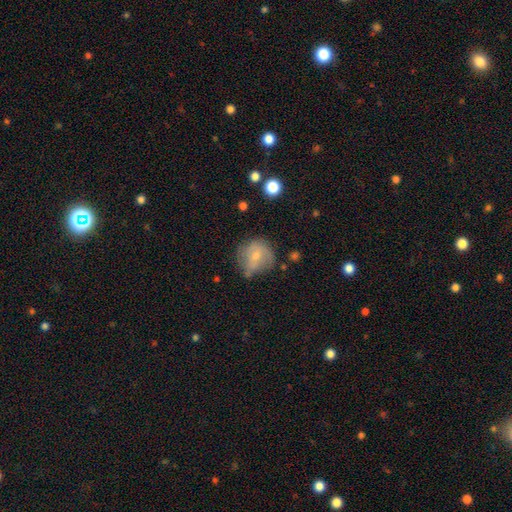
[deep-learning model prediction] Smooth or featured: smooth — 58% (featured or disk — 33%)
How rounded: round — 80% (in between — 19%)
Merging: none — 51% (minor disturbance — 30%)